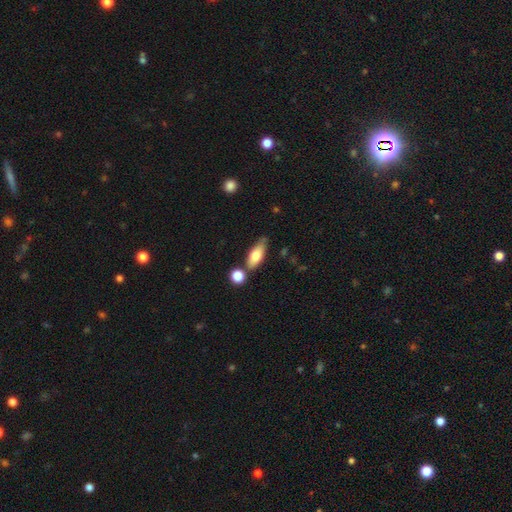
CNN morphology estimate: Overall: smooth (73%). How rounded: in between (75%). Merging: none (58%; minor disturbance 21%).